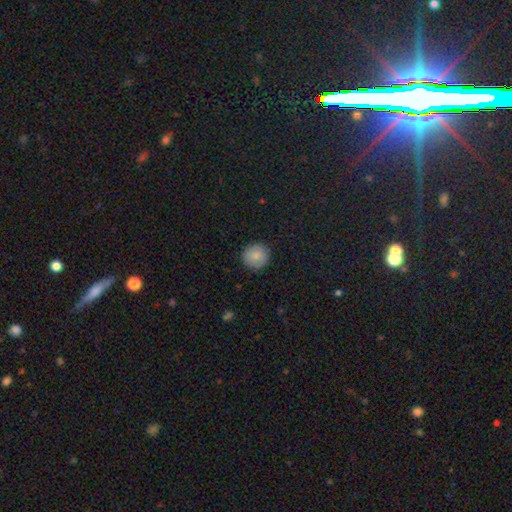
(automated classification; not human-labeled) smooth-or-featured: smooth: 84% | star or artifact: 8% | featured or disk: 8%
  how-rounded: round: 93% | in between: 6% | cigar-shaped: 1%
  merging: none: 90% | minor disturbance: 7% | major disturbance: 2% | merger: 1%